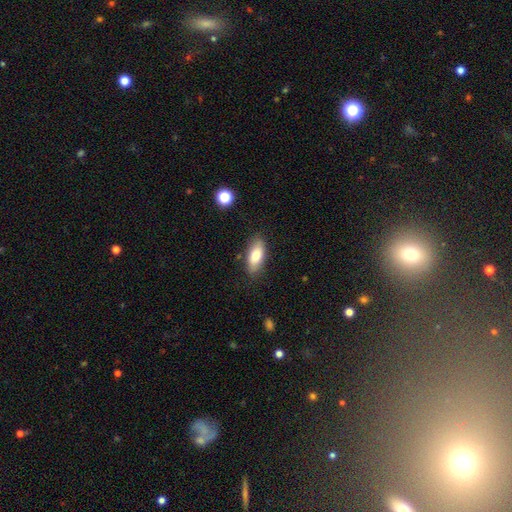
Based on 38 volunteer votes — Morphology: type=smooth (82%); roundness=in between (81%); merging=none (69%).